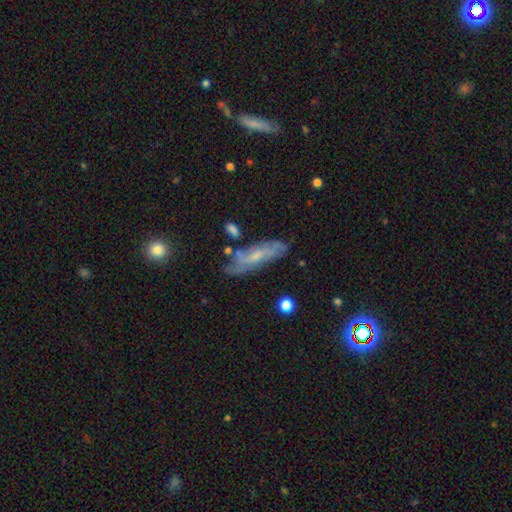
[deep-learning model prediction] smooth-or-featured: featured or disk: 62% | smooth: 29% | star or artifact: 9%
  disk-edge-on: no: 71% | yes: 29%
  merging: none: 67% | minor disturbance: 21% | major disturbance: 7% | merger: 4%